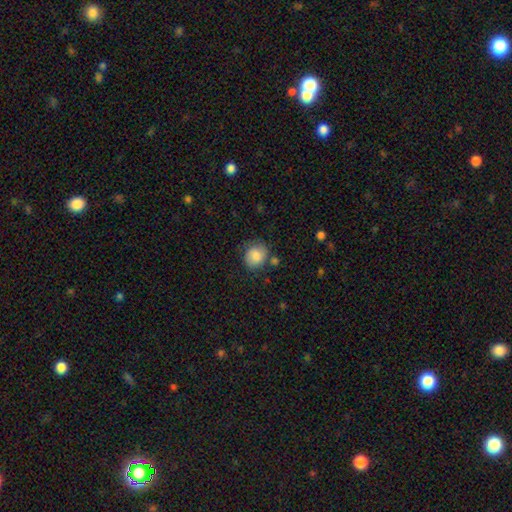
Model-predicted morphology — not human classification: A smooth galaxy with no disk features (83%) that is round (72%).

Vote fractions:
- Smooth or featured? smooth: 83% / featured or disk: 9% / star or artifact: 8%
- How rounded? round: 72% / in between: 28% / cigar-shaped: 1%
- Merging? none: 72% / minor disturbance: 18% / major disturbance: 5% / merger: 5%